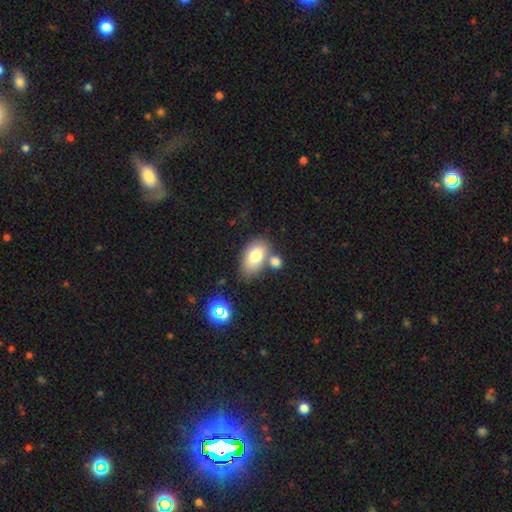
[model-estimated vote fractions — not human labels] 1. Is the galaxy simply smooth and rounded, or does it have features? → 77% smooth, 15% featured or disk, 8% star or artifact.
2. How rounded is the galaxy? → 91% in between, 7% round, 2% cigar-shaped.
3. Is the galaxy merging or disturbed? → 55% none, 25% merger, 15% minor disturbance, 5% major disturbance.